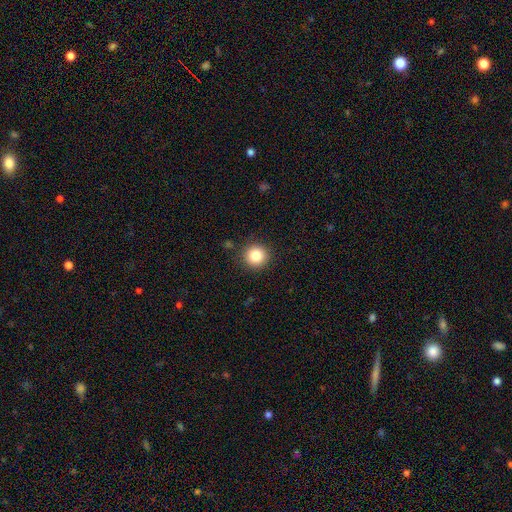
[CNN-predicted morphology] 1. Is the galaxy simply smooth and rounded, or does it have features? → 83% smooth, 11% star or artifact, 6% featured or disk.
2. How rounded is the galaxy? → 94% round, 5% in between, 1% cigar-shaped.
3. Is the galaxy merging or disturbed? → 90% none, 7% minor disturbance, 2% major disturbance, 1% merger.